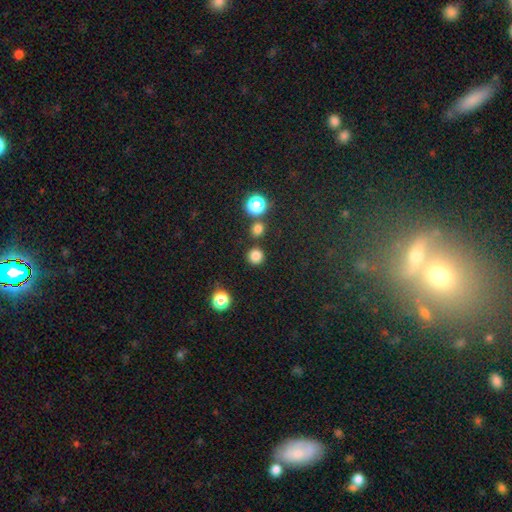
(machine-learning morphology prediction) A smooth galaxy with no disk features (82%) that is round (94%). Merging: none (85%).